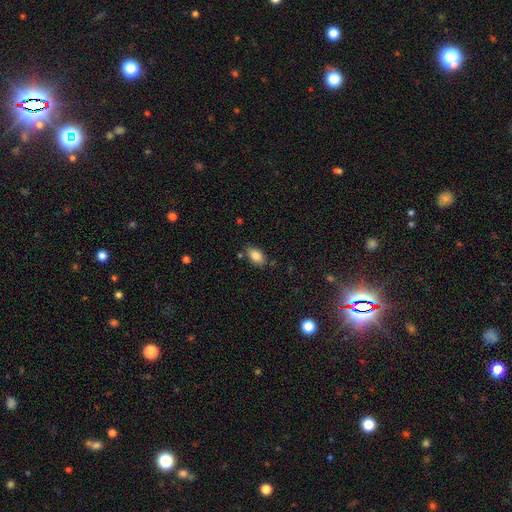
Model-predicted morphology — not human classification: smooth_or_featured: smooth (p=0.85) [alt: star or artifact p=0.08]
how_rounded: in between (p=0.91) [alt: round p=0.06]
merging: none (p=0.77) [alt: minor disturbance p=0.16]